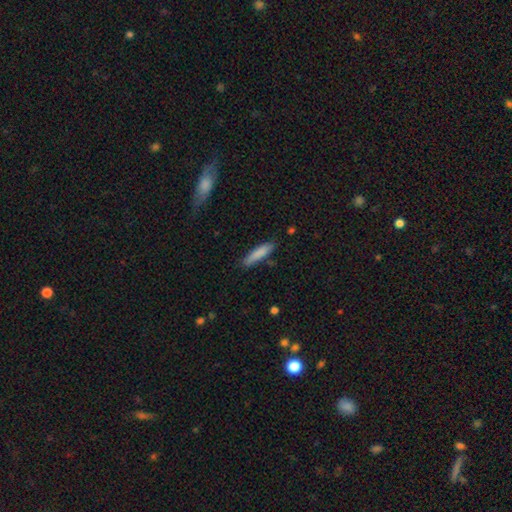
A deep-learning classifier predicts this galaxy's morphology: smooth_or_featured: smooth (p=0.82) [alt: featured or disk p=0.12]
how_rounded: cigar-shaped (p=0.84) [alt: in between p=0.15]
merging: none (p=0.83) [alt: minor disturbance p=0.13]